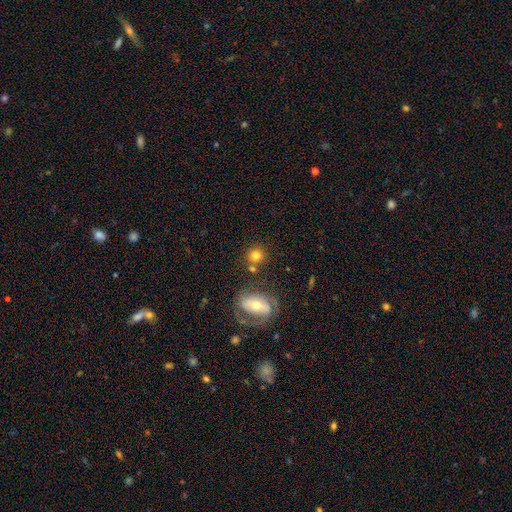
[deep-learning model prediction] This is likely a smooth galaxy (75%). How rounded: clearly round (87%). Merging: likely none (71%).